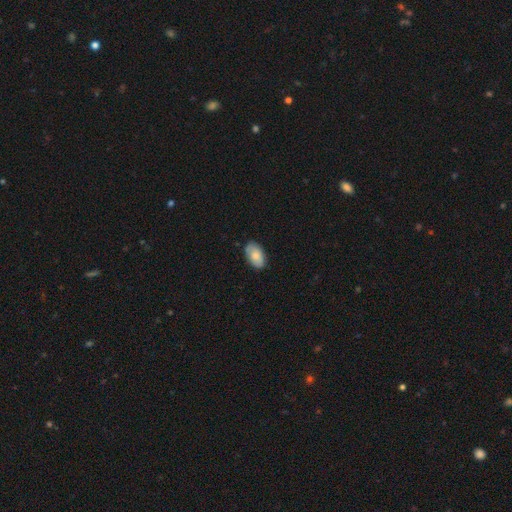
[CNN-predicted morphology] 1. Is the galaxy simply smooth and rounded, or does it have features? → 77% smooth, 17% featured or disk, 6% star or artifact.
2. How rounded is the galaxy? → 94% in between, 5% round, 1% cigar-shaped.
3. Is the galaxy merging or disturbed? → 82% none, 15% minor disturbance, 2% major disturbance, 1% merger.